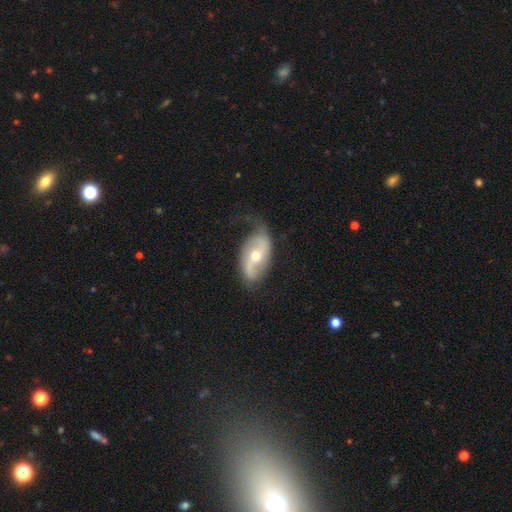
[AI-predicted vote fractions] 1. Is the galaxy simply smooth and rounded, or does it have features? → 76% featured or disk, 18% smooth, 6% star or artifact.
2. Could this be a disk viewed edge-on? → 94% no, 6% yes.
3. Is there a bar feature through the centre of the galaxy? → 45% no, 33% weak, 21% strong.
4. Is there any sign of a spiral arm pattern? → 89% yes, 11% no.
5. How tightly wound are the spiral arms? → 65% loose, 25% medium, 9% tight.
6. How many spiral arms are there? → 87% 2, 6% can't tell, 5% 1, 1% 3, 1% 4, 1% more than 4.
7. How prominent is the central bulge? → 58% moderate, 38% small, 2% large, 1% dominant, 1% none.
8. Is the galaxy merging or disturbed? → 57% none, 27% minor disturbance, 14% major disturbance, 2% merger.